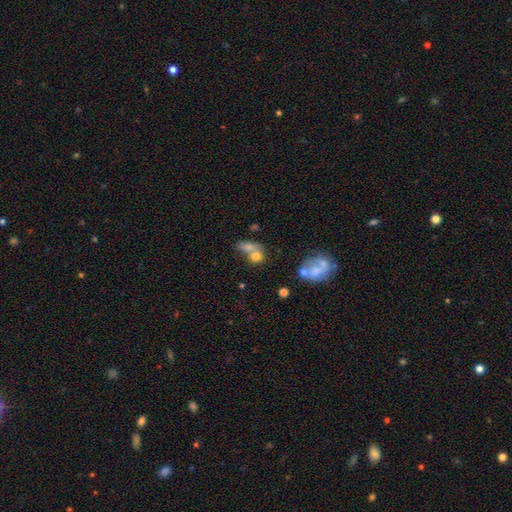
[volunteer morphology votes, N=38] Smooth or featured? 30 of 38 (79%) said smooth. How rounded? 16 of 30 (53%) said in between. Merging? 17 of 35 (49%) said none.